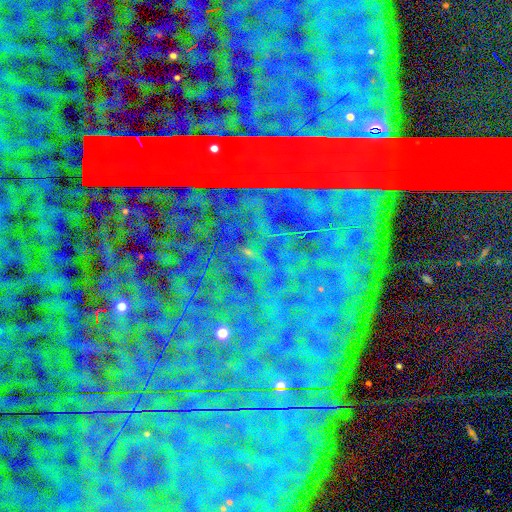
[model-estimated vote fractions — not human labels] This appears to be a star or artifact, not a galaxy (88%).